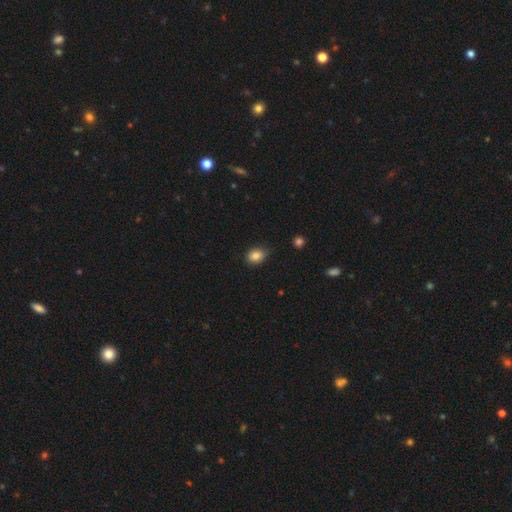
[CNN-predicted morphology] Q: Smooth or featured?
A: smooth (85%); runner-up: star or artifact (10%)
Q: How rounded?
A: in between (57%); runner-up: round (42%)
Q: Merging?
A: none (79%); runner-up: minor disturbance (17%)